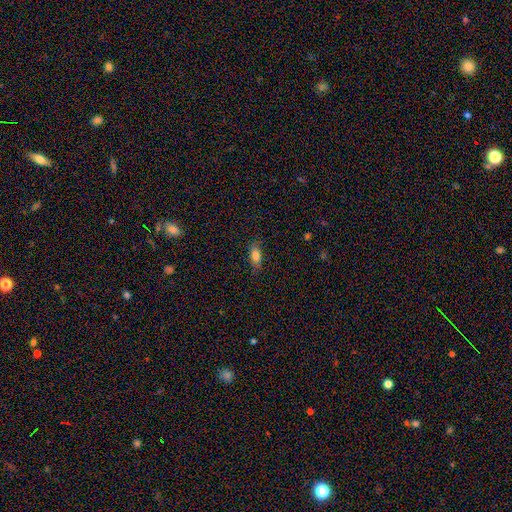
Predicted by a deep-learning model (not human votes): A smooth galaxy with no disk features (81%) that is in between round and cigar-shaped (82%). Merging: none (80%).